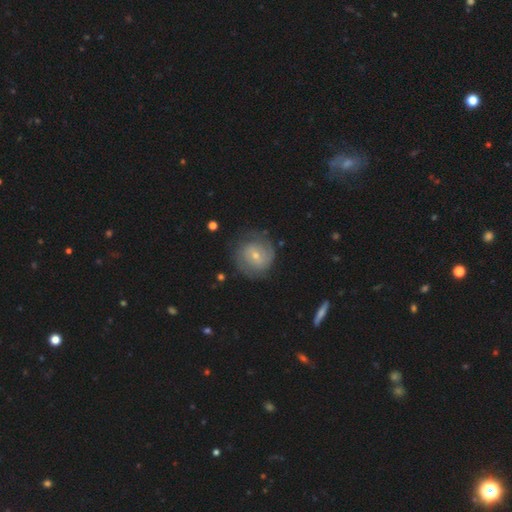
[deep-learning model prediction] A featured or disk galaxy (62%) with a weak bar (48%), spiral arms (77%) and a small central bulge (59%). Merging: none (72%).